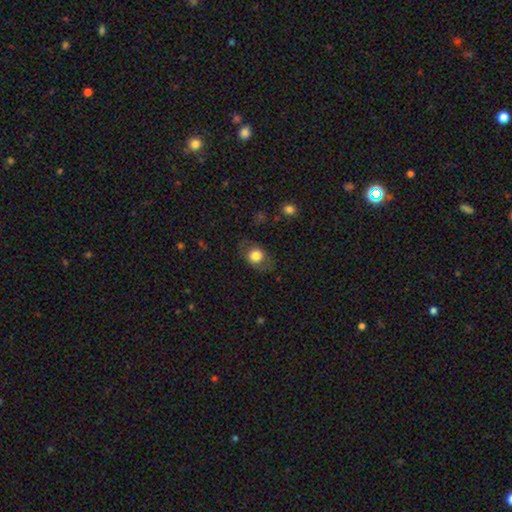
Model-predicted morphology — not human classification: smooth_or_featured: smooth (p=0.73) [alt: featured or disk p=0.18]
how_rounded: in between (p=0.52) [alt: round p=0.46]
merging: none (p=0.75) [alt: minor disturbance p=0.16]